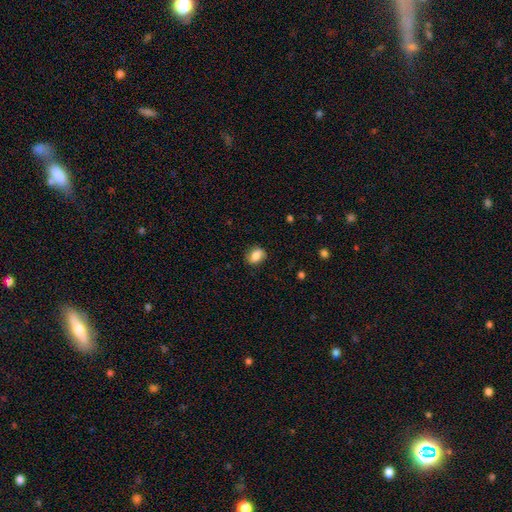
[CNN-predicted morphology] smooth-or-featured: smooth: 74% | featured or disk: 17% | star or artifact: 9%
  how-rounded: in between: 53% | round: 45% | cigar-shaped: 1%
  merging: none: 79% | minor disturbance: 16% | major disturbance: 4% | merger: 1%